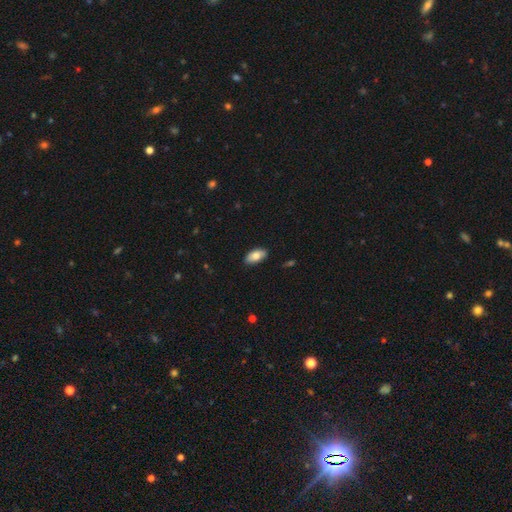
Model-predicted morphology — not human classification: A smooth galaxy with no disk features (80%) that is in between round and cigar-shaped (93%). Merging: none (85%).